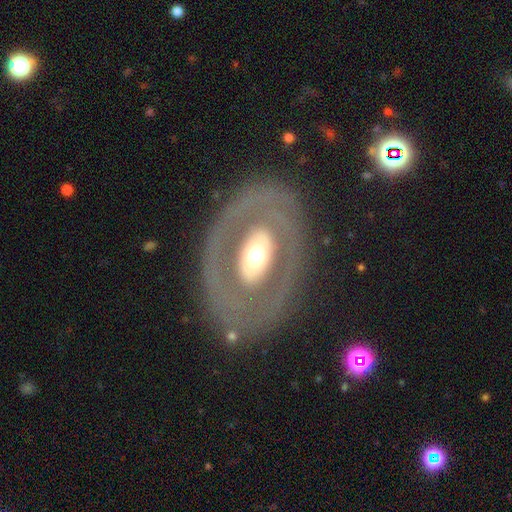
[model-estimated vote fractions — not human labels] Smooth or featured? Predicted: featured or disk (p=0.65). Edge-on disk? Predicted: no (p=0.91). Bar? Predicted: no (p=0.75). Spiral arms? Predicted: no (p=0.80). Bulge size? Predicted: moderate (p=0.58). Merging? Predicted: none (p=0.79).